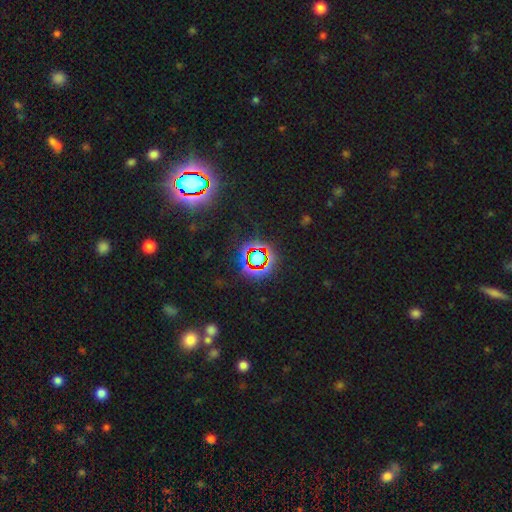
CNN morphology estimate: Q: Smooth or featured?
A: star or artifact (76%); runner-up: smooth (16%)